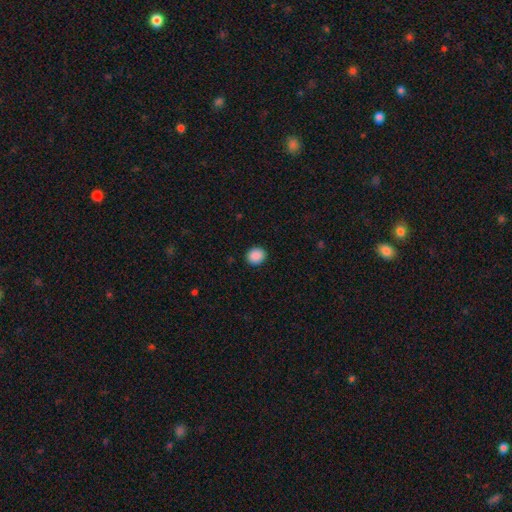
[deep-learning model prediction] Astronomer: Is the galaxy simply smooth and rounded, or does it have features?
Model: smooth — 89%.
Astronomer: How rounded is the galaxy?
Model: round — 77%.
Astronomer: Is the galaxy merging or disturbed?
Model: none — 92%.